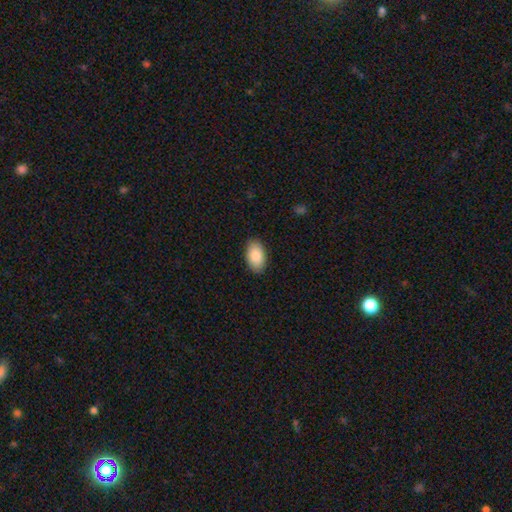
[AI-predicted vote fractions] Q: Smooth or featured?
A: smooth (88%); runner-up: featured or disk (6%)
Q: How rounded?
A: in between (94%); runner-up: round (4%)
Q: Merging?
A: none (88%); runner-up: minor disturbance (9%)